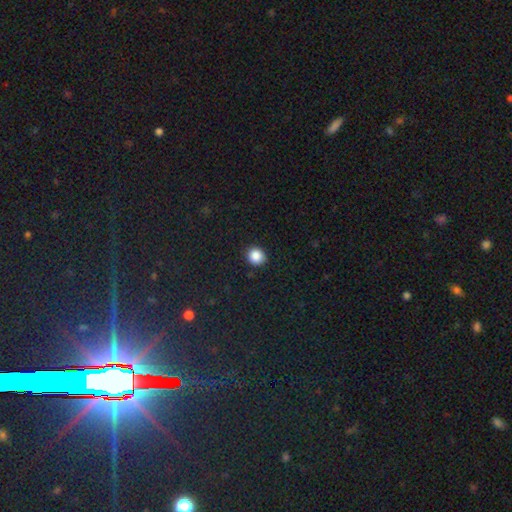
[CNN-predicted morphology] smooth_or_featured: smooth (p=0.86) [alt: star or artifact p=0.10]
how_rounded: round (p=0.85) [alt: in between p=0.14]
merging: none (p=0.91) [alt: minor disturbance p=0.06]